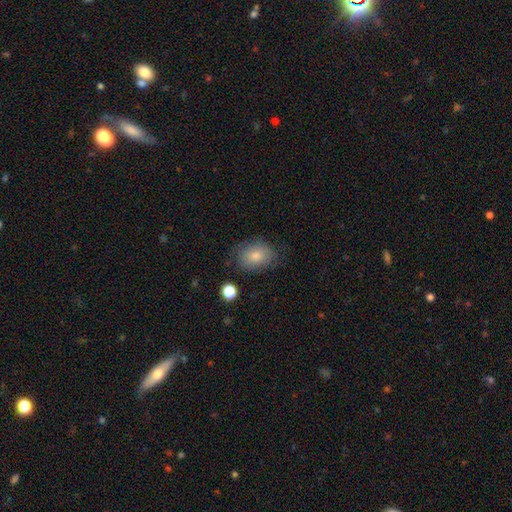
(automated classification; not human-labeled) Morphology: type=smooth (81%); roundness=in between (70%); merging=none (75%).